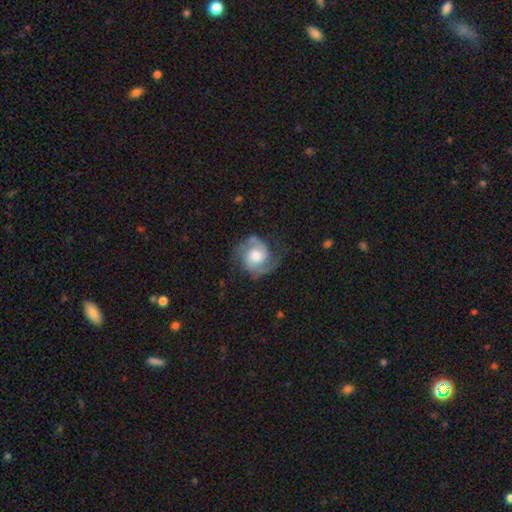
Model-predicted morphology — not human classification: The model was most divided on "spiral winding": medium: 51%, tight: 33%, loose: 16%. More confident: edge-on disk — no (98%); spiral arms — yes (97%); spiral arm count — 2 (90%); smooth or featured — featured or disk (84%); merging — none (73%); bar — no (66%); bulge size — moderate (65%).